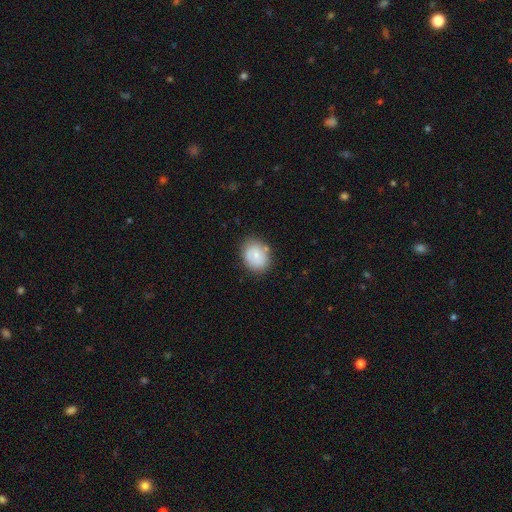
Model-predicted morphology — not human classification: Smooth or featured?
  - smooth: 64% *
  - featured or disk: 29%
  - star or artifact: 7%
How rounded?
  - round: 51% *
  - in between: 49%
  - cigar-shaped: 1%
Merging?
  - none: 77% *
  - minor disturbance: 15%
  - major disturbance: 4%
  - merger: 3%